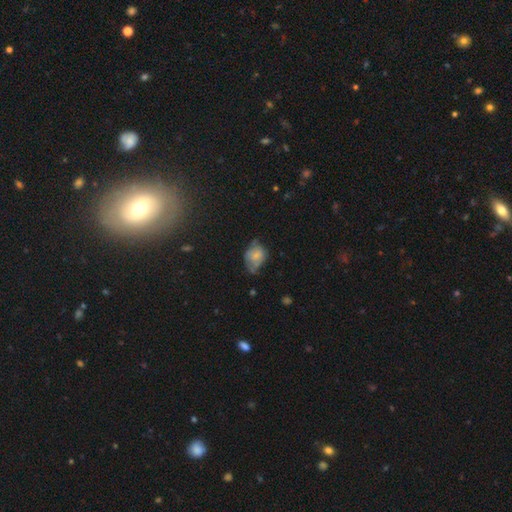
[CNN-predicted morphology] This appears to be a smooth galaxy with no disk features (62%) that is in between round and cigar-shaped (57%). Merging: none (38%).